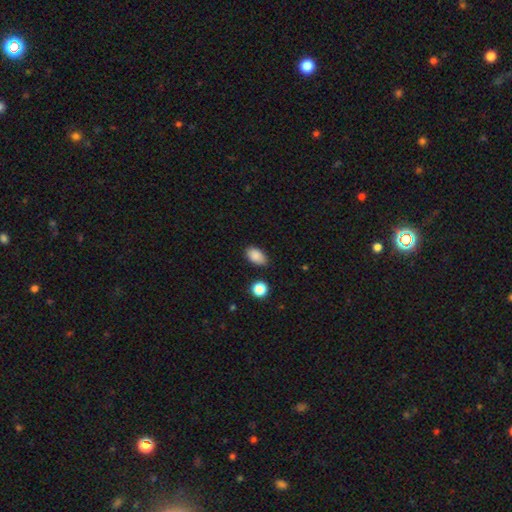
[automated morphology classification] Smooth or featured: smooth — 87% (star or artifact — 9%)
How rounded: in between — 91% (round — 8%)
Merging: none — 80% (minor disturbance — 15%)